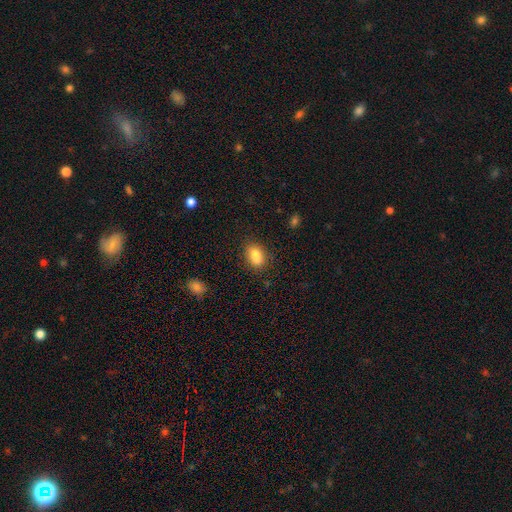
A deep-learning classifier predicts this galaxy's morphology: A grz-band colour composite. It shows a smooth galaxy with no disk features (78%) that is in between round and cigar-shaped (77%). Merging: none (53%).